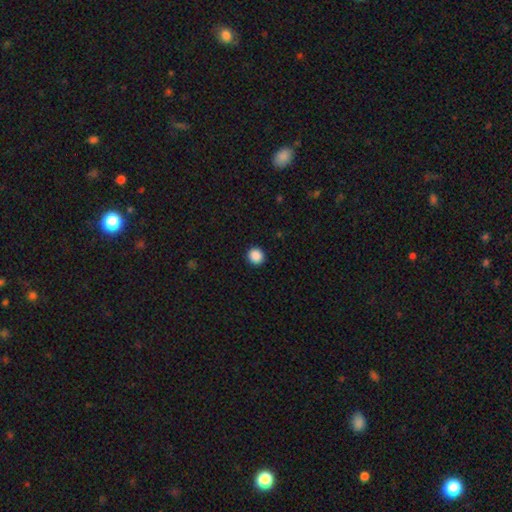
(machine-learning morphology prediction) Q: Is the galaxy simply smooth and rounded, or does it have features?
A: smooth — 89%.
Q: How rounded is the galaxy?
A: round — 90%.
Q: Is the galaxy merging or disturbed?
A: none — 93%.